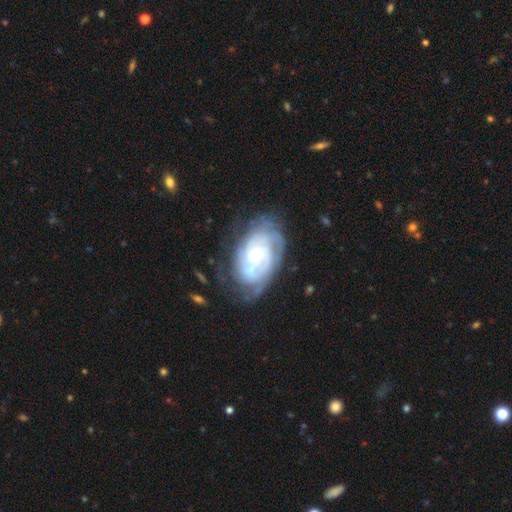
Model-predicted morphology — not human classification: This appears to be a featured or disk galaxy (79%) with no bar (55%), tight (64%) spiral arms (89%) and a small central bulge (50%). Merging: none (59%).